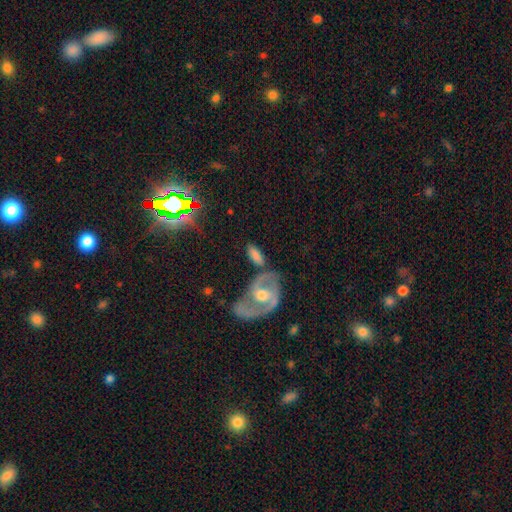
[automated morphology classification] A smooth galaxy with no disk features (50%) that is in between round and cigar-shaped (84%).

Vote fractions:
- Smooth or featured? smooth: 50% / featured or disk: 38% / star or artifact: 12%
- How rounded? in between: 84% / cigar-shaped: 9% / round: 8%
- Merging? none: 58% / minor disturbance: 18% / merger: 15% / major disturbance: 9%